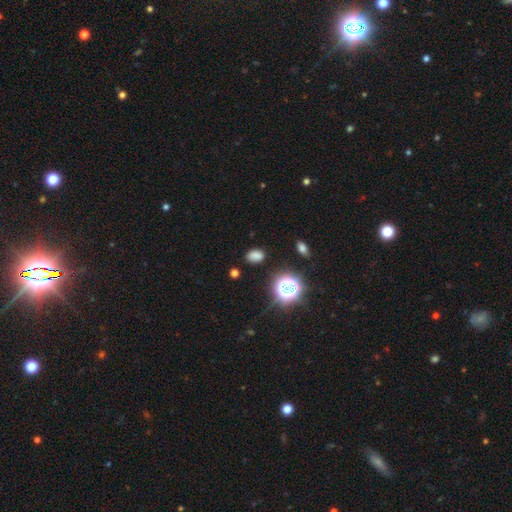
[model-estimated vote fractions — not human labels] This is likely a smooth galaxy (73%). How rounded: likely in between (77%). Merging: clearly none (82%).